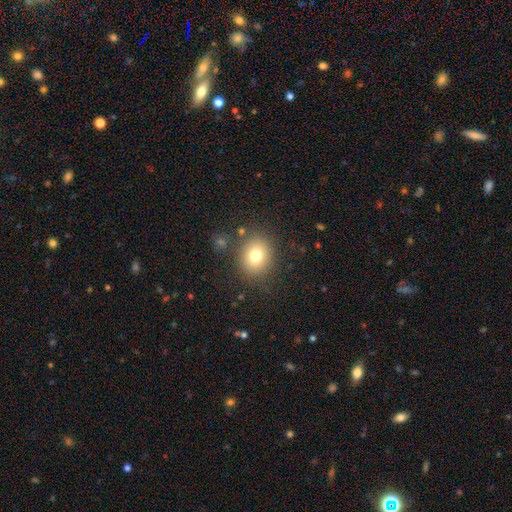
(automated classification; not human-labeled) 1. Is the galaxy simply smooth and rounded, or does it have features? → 76% smooth, 13% star or artifact, 12% featured or disk.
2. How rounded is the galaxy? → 66% round, 33% in between, 1% cigar-shaped.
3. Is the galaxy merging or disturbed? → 83% none, 9% minor disturbance, 4% major disturbance, 3% merger.